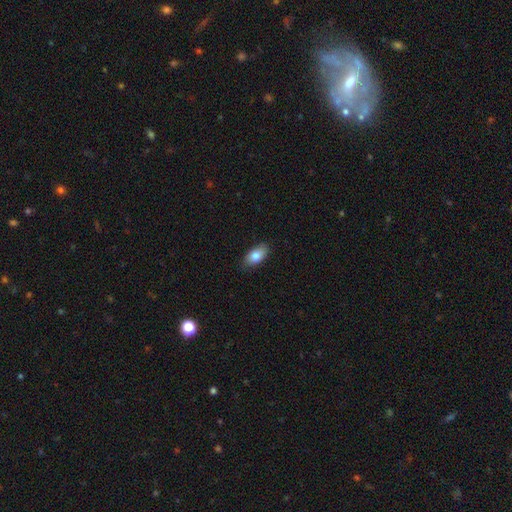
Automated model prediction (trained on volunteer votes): Smooth or featured?
  - smooth: 81% *
  - featured or disk: 12%
  - star or artifact: 7%
How rounded?
  - in between: 92% *
  - cigar-shaped: 4%
  - round: 4%
Merging?
  - none: 84% *
  - minor disturbance: 13%
  - major disturbance: 2%
  - merger: 1%